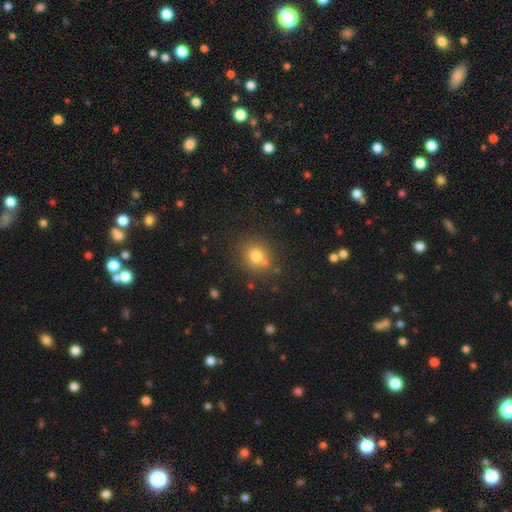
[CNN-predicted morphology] smooth 76%, star or artifact 14%, featured or disk 10%. Down the decision tree: how rounded — round (79%); merging — none (71%).